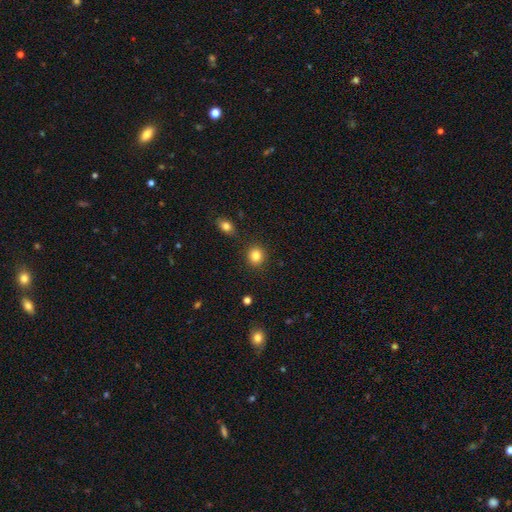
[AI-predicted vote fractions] The model was most divided on "how rounded": round: 84%, in between: 15%, cigar-shaped: 1%. More confident: merging — none (87%); smooth or featured — smooth (84%).